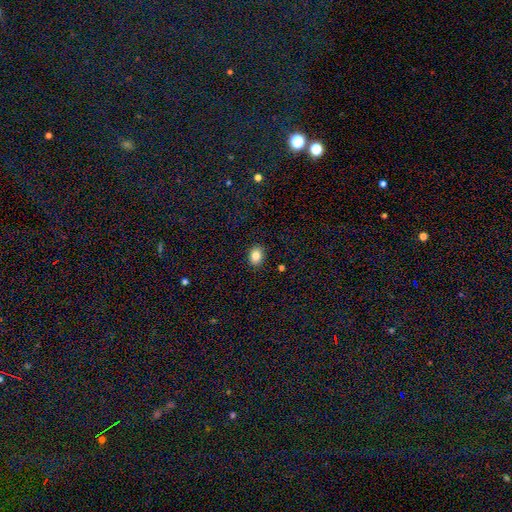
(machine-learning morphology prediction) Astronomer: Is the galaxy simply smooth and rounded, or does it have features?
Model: smooth — 85%.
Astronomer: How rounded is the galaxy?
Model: in between — 64%.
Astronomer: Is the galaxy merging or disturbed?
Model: none — 89%.